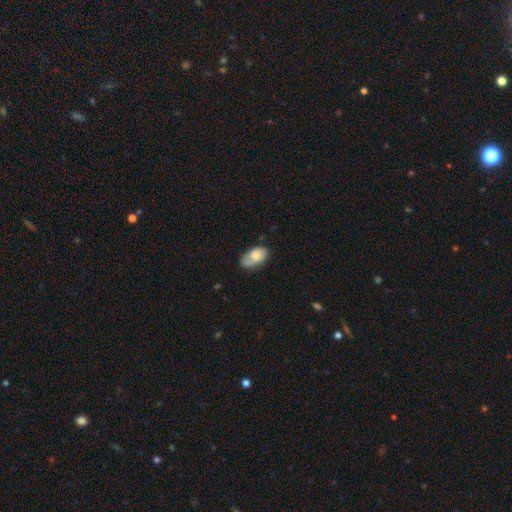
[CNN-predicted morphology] Smooth or featured: smooth — 64% (featured or disk — 29%)
How rounded: in between — 92% (round — 6%)
Merging: none — 57% (minor disturbance — 30%)